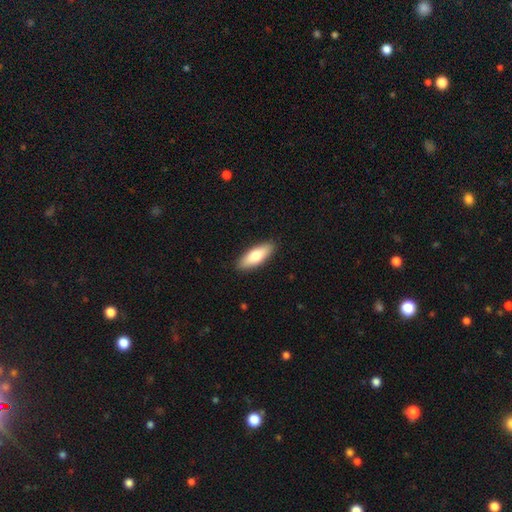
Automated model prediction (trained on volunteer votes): Q: Smooth or featured?
A: smooth (71%); runner-up: featured or disk (23%)
Q: How rounded?
A: in between (58%); runner-up: cigar-shaped (40%)
Q: Merging?
A: none (90%); runner-up: minor disturbance (8%)